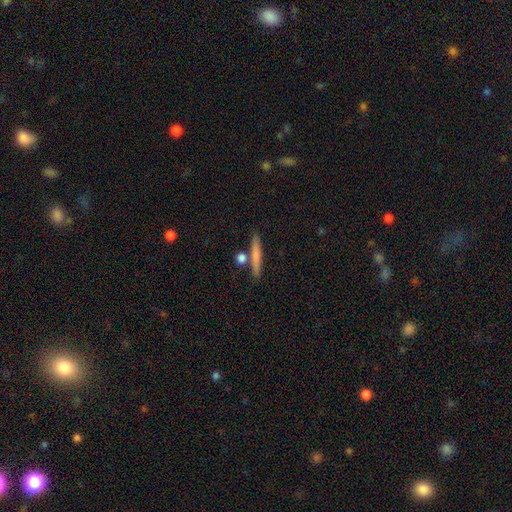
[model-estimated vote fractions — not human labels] Overall: smooth (70%). How rounded: cigar-shaped (87%). Merging: none (78%).